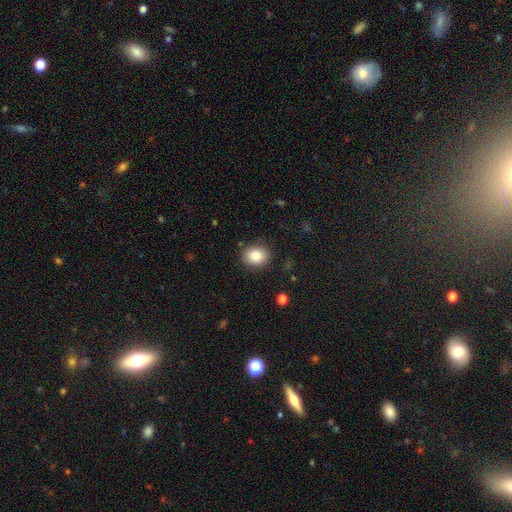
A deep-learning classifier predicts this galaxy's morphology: smooth-or-featured: smooth: 84% | star or artifact: 9% | featured or disk: 7%
  how-rounded: round: 63% | in between: 36% | cigar-shaped: 1%
  merging: none: 87% | minor disturbance: 9% | major disturbance: 3% | merger: 1%